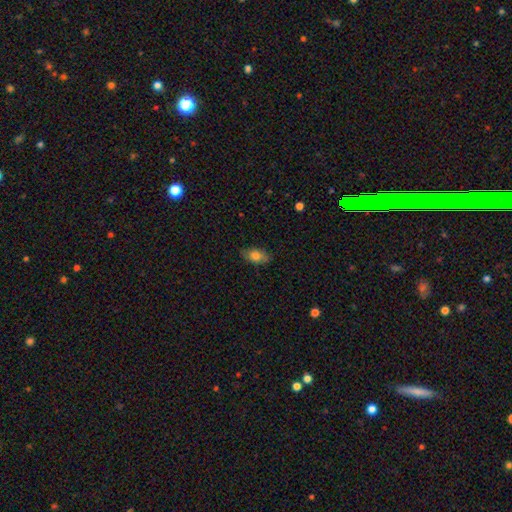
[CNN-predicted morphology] Overall: smooth (78%). How rounded: in between (89%). Merging: none (80%).